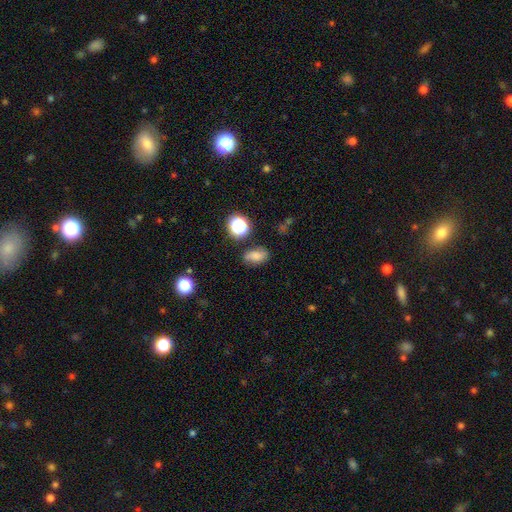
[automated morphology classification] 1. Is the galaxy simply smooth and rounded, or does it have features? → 68% smooth, 16% star or artifact, 15% featured or disk.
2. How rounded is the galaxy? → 81% in between, 16% round, 2% cigar-shaped.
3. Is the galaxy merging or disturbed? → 68% none, 22% minor disturbance, 7% major disturbance, 4% merger.